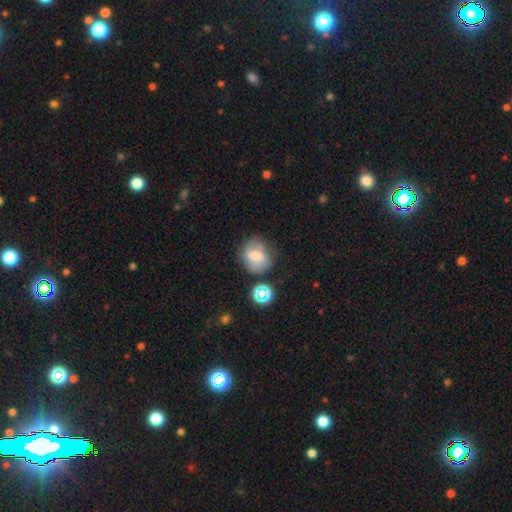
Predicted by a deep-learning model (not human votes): Overall: smooth (57%; featured or disk 29%). How rounded: round (67%; in between 31%). Merging: none (57%; minor disturbance 25%).